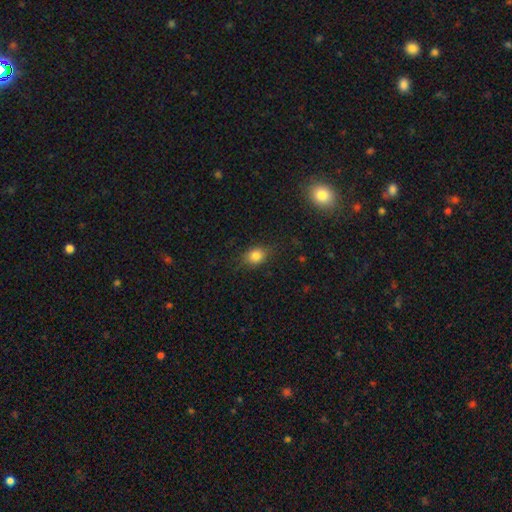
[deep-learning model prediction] smooth 82%, star or artifact 11%, featured or disk 7%. Down the decision tree: how rounded — in between (55%); merging — none (79%).